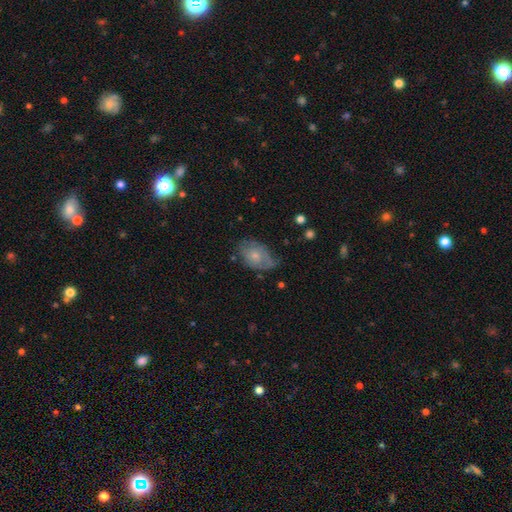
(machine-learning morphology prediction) Smooth or featured: smooth — 49% (featured or disk — 43%)
Merging: none — 51% (minor disturbance — 34%)